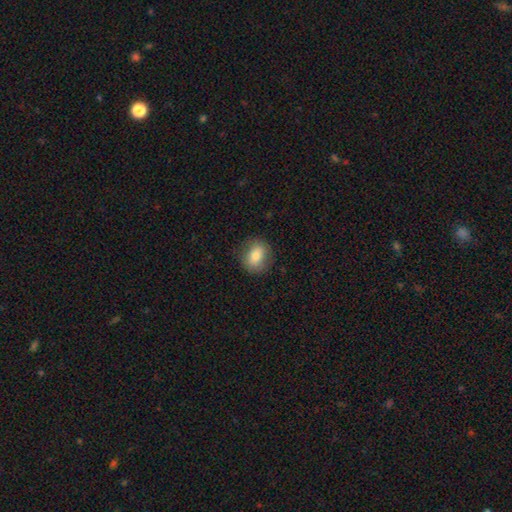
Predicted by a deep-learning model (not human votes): Morphology: type=smooth (79%); roundness=round (53%); merging=none (83%).